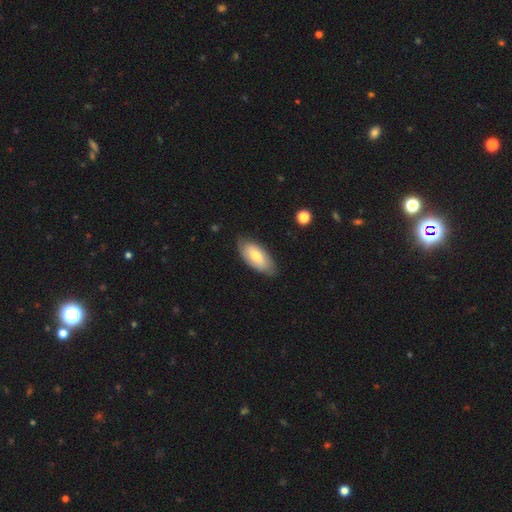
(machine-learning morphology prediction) smooth 65%, featured or disk 29%, star or artifact 6%. Down the decision tree: how rounded — in between (90%); merging — none (78%).